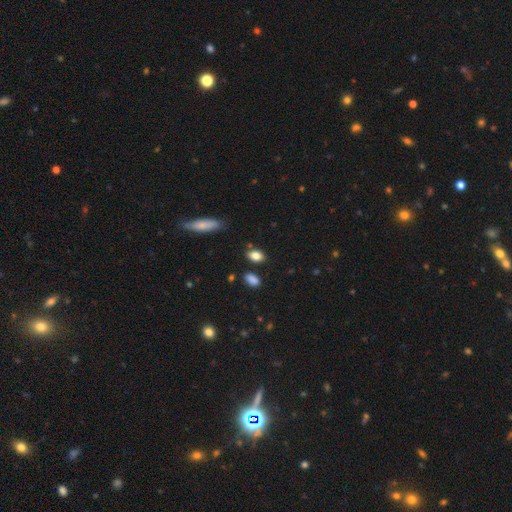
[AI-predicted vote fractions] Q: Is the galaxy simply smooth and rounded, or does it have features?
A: smooth — 83%.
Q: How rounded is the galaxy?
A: in between — 84%.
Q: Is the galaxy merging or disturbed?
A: none — 79%.